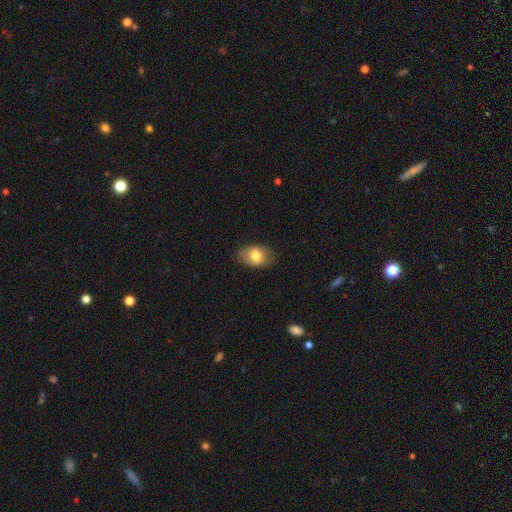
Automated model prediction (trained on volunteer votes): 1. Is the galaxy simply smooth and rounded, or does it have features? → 78% smooth, 14% featured or disk, 8% star or artifact.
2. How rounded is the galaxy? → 79% in between, 20% round, 1% cigar-shaped.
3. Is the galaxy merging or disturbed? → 81% none, 15% minor disturbance, 3% major disturbance, 1% merger.